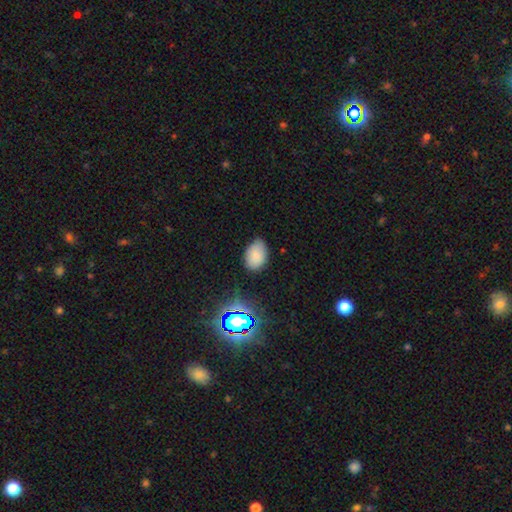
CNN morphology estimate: Smooth or featured?
  - smooth: 80% *
  - star or artifact: 13%
  - featured or disk: 7%
How rounded?
  - in between: 85% *
  - round: 13%
  - cigar-shaped: 1%
Merging?
  - none: 73% *
  - minor disturbance: 21%
  - major disturbance: 4%
  - merger: 2%